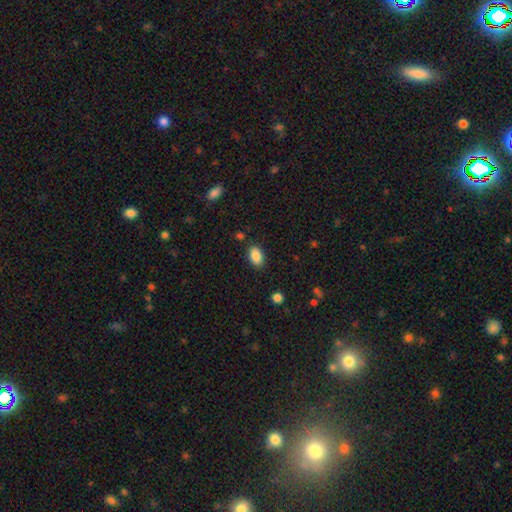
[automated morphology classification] smooth 88%, star or artifact 8%, featured or disk 4%. Down the decision tree: how rounded — in between (90%); merging — none (85%).